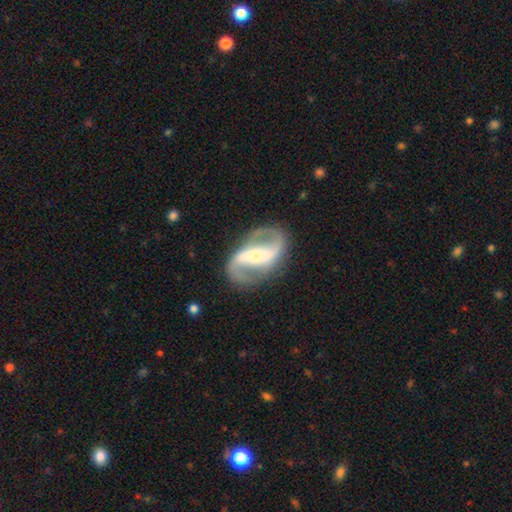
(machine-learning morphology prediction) A featured or disk galaxy (89%) with a strong bar (59%), 2 (94%) medium (45%) spiral arms (95%) and a small central bulge (48%). Merging: none (84%).